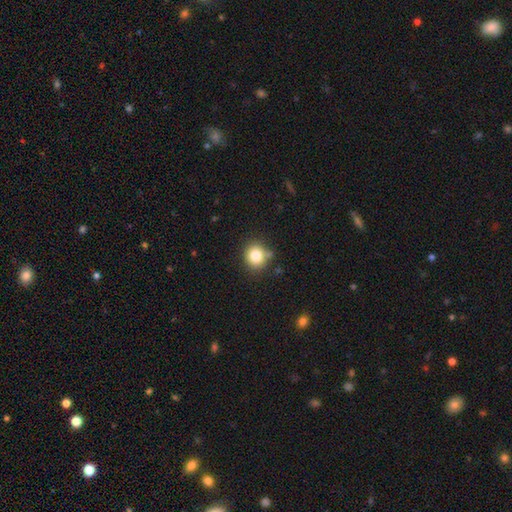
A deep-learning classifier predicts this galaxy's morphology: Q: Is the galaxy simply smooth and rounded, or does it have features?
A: smooth — 82%.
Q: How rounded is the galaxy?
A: round — 84%.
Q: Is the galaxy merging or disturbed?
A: none — 79%.